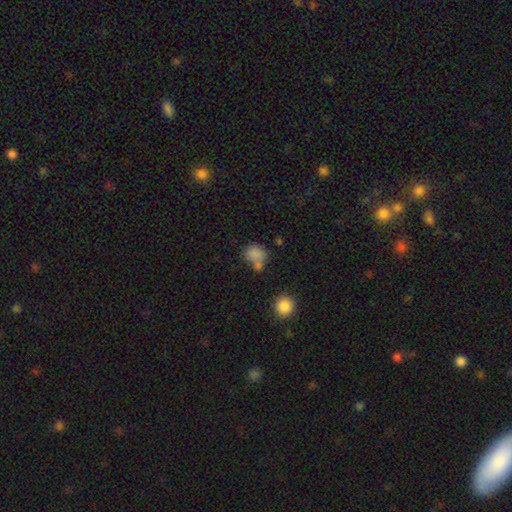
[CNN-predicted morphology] The model was most divided on "merging": none: 45%, merger: 29%, minor disturbance: 16%, major disturbance: 9%. More confident: smooth or featured — smooth (80%); how rounded — round (67%).